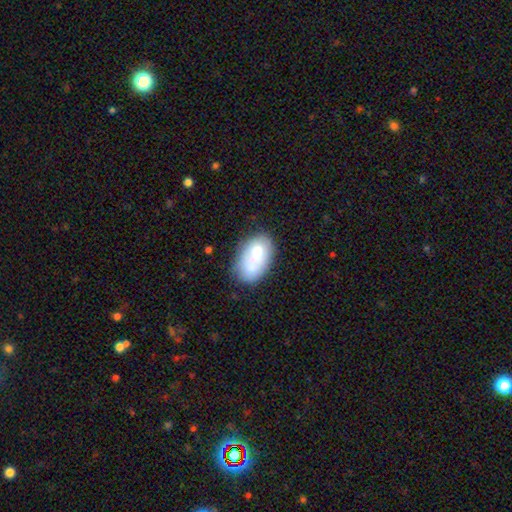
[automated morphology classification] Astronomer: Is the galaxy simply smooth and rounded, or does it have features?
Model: smooth — 69%.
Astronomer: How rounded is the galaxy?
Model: in between — 90%.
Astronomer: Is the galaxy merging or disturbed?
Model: none — 40% (runner-up: merger, 30%).